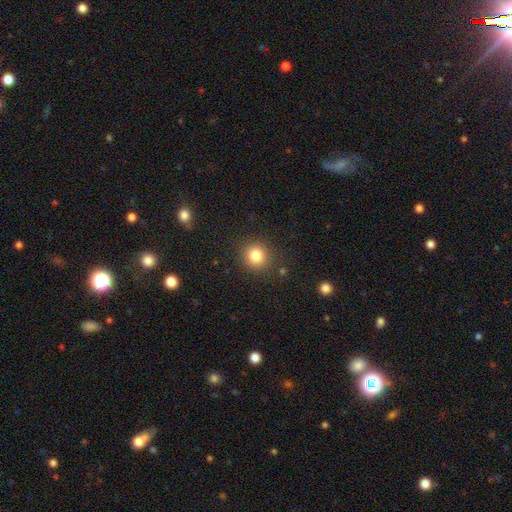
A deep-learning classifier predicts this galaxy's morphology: Smooth or featured: smooth — 82% (star or artifact — 12%)
How rounded: round — 90% (in between — 9%)
Merging: none — 88% (minor disturbance — 8%)